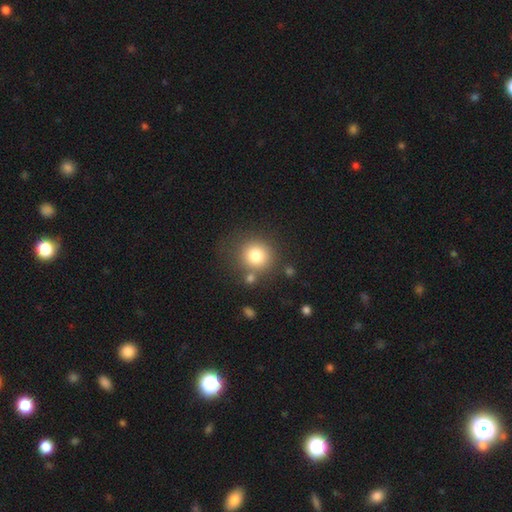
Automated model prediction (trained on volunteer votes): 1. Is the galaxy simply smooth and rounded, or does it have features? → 80% smooth, 11% star or artifact, 9% featured or disk.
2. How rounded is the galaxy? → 90% round, 10% in between, 1% cigar-shaped.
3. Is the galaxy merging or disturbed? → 72% none, 12% minor disturbance, 10% merger, 6% major disturbance.